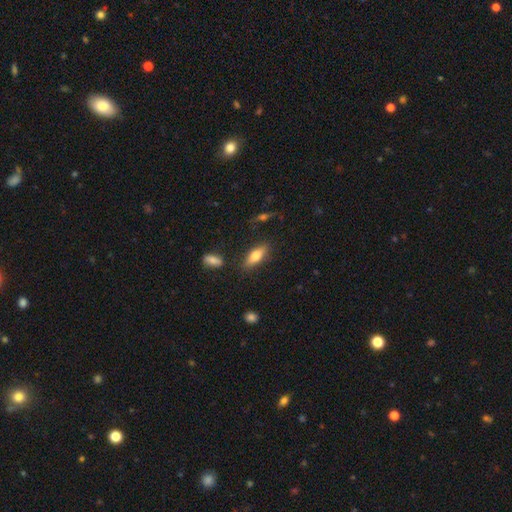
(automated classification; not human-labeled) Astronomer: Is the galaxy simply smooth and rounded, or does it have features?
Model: smooth — 70%.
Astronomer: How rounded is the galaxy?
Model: in between — 65%.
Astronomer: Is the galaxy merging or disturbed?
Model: none — 82%.